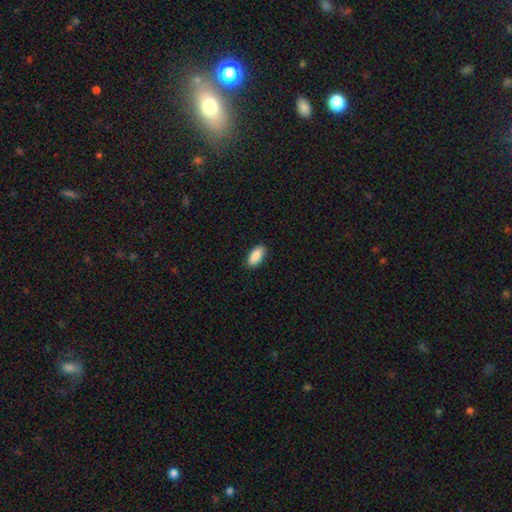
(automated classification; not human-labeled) smooth-or-featured: smooth: 90% | star or artifact: 6% | featured or disk: 5%
  how-rounded: in between: 90% | cigar-shaped: 8% | round: 2%
  merging: none: 89% | minor disturbance: 8% | major disturbance: 2% | merger: 1%